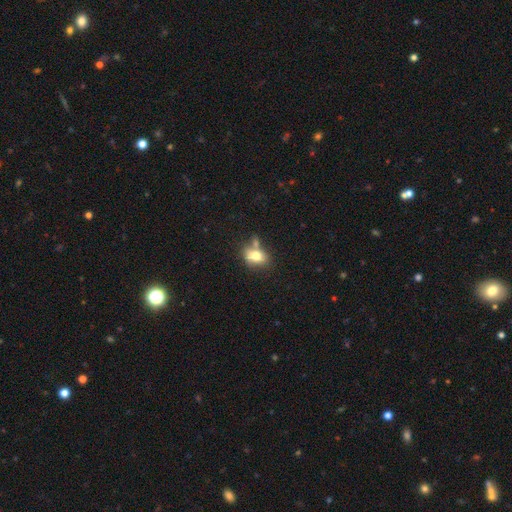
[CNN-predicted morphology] The model was most divided on "merging": none: 45%, merger: 30%, minor disturbance: 18%, major disturbance: 7%. More confident: smooth or featured — smooth (72%); how rounded — in between (71%).